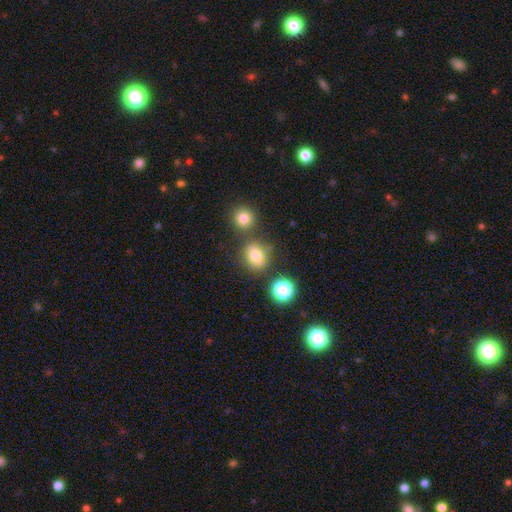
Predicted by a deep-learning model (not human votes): A smooth galaxy with no disk features (78%) that is round (64%).

Vote fractions:
- Smooth or featured? smooth: 78% / star or artifact: 14% / featured or disk: 8%
- How rounded? round: 64% / in between: 34% / cigar-shaped: 1%
- Merging? none: 70% / minor disturbance: 13% / merger: 13% / major disturbance: 4%